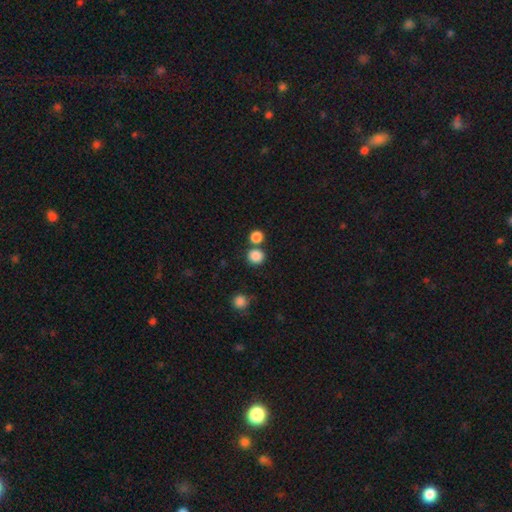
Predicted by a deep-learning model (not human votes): A smooth galaxy with no disk features (85%) that is round (88%). Merging: none (70%).